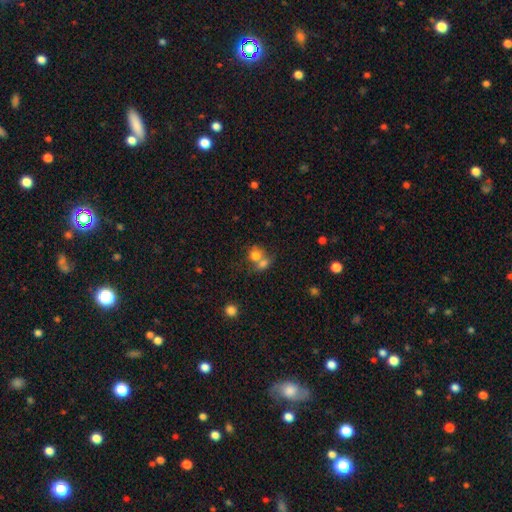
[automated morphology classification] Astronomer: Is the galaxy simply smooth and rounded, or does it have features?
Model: smooth — 75%.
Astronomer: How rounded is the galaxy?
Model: round — 67%.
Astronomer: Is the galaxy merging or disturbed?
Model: merger — 57%.